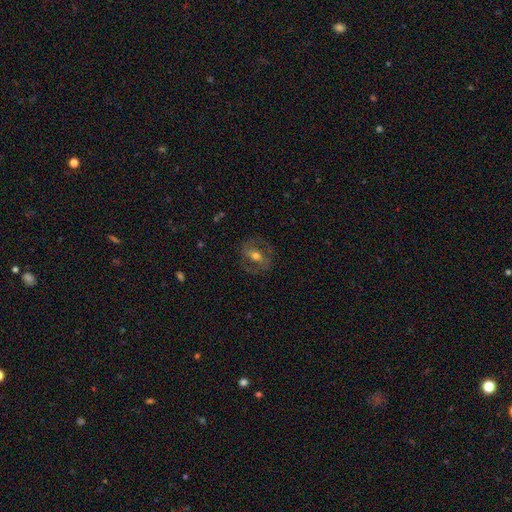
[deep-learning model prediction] smooth-or-featured: featured or disk: 61% | smooth: 31% | star or artifact: 8%
  disk-edge-on: no: 90% | yes: 10%
    bar: strong: 40% | weak: 31% | no: 29%
    has-spiral-arms: yes: 50% (tied) | no: 50% (tied)
    bulge-size: moderate: 69% | small: 22% | large: 7% | none: 1% | dominant: 1%
  merging: none: 76% | minor disturbance: 14% | major disturbance: 9% | merger: 1%